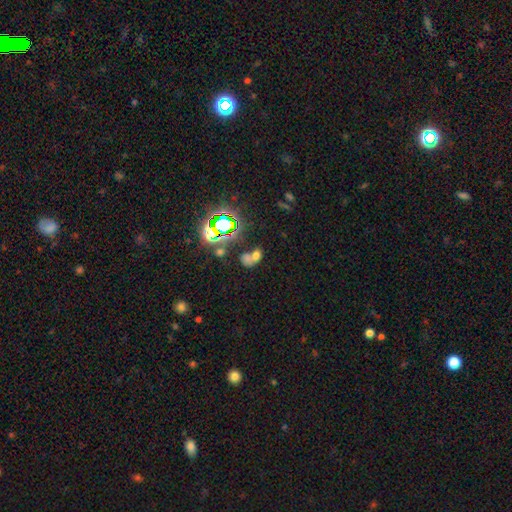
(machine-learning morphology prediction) smooth 55%, star or artifact 29%, featured or disk 16%. Down the decision tree: how rounded — in between (59%); merging — merger (57%).